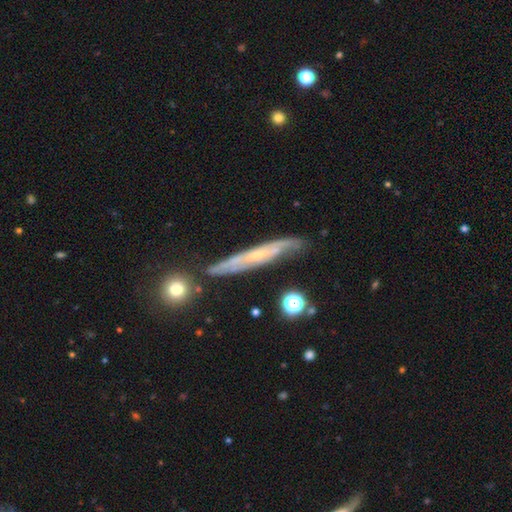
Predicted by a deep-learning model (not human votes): Smooth or featured? featured or disk (71%)
Edge-on disk? yes (75%)
Edge-on bulge? rounded (48%, tied with none)
Merging? none (77%)